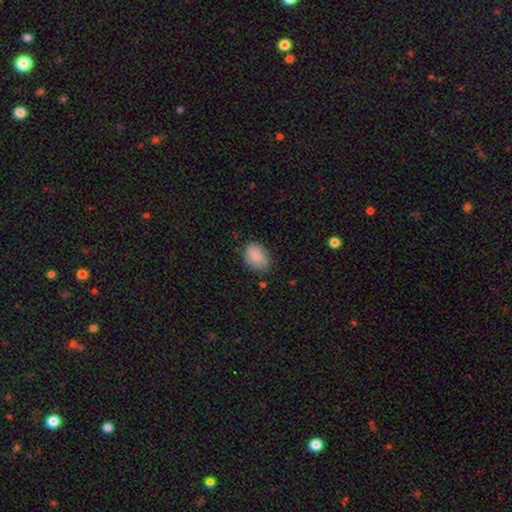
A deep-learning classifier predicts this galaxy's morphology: This is clearly a smooth galaxy (87%). How rounded: clearly in between (83%). Merging: likely none (76%).